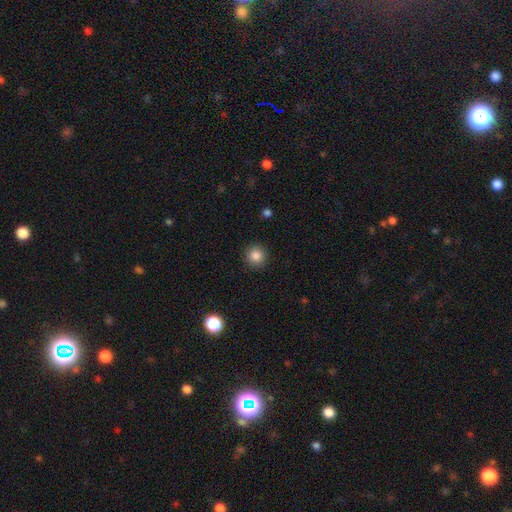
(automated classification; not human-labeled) This is clearly a smooth galaxy (85%). How rounded: clearly round (94%). Merging: clearly none (91%).